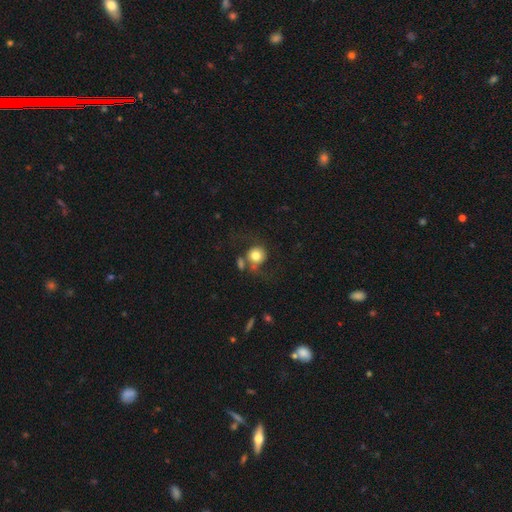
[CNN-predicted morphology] Q: Smooth or featured?
A: smooth (68%); runner-up: featured or disk (22%)
Q: How rounded?
A: round (84%); runner-up: in between (15%)
Q: Merging?
A: none (45%); runner-up: major disturbance (20%)